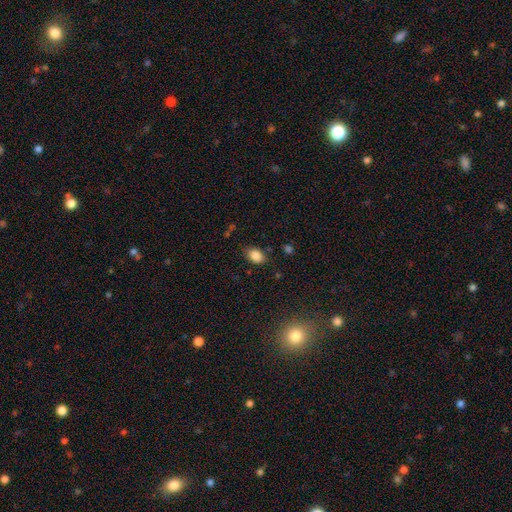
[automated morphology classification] The model was most divided on "how rounded": in between: 80%, round: 19%, cigar-shaped: 1%. More confident: smooth or featured — smooth (86%); merging — none (79%).